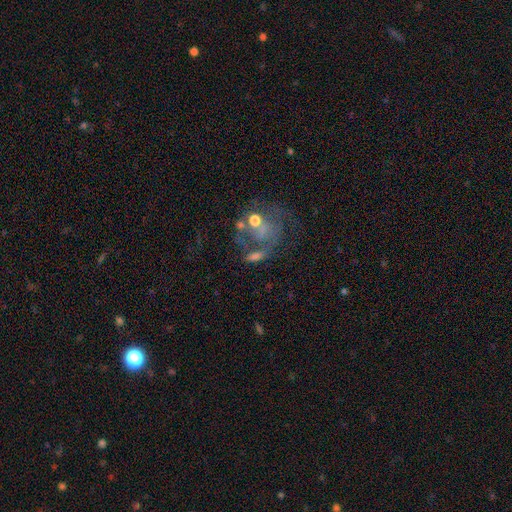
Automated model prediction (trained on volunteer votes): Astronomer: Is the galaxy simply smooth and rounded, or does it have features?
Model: featured or disk — 57%.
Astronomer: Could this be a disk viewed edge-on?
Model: no — 96%.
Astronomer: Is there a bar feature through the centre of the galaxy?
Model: no — 75%.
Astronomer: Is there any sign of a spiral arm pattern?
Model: yes — 50%, tied with no at 50%.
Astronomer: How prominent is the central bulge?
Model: moderate — 39% (runner-up: small, 31%).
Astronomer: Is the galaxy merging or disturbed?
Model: none — 33% (runner-up: major disturbance, 31%).